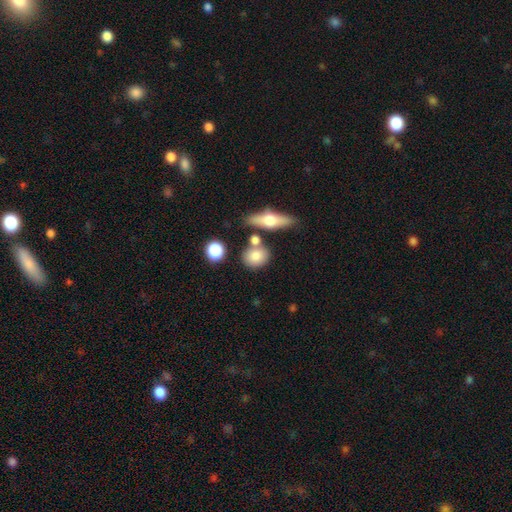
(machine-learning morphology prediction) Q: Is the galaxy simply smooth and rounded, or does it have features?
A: smooth — 77%.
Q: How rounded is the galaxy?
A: round — 64%.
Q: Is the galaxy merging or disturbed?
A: none — 66%.